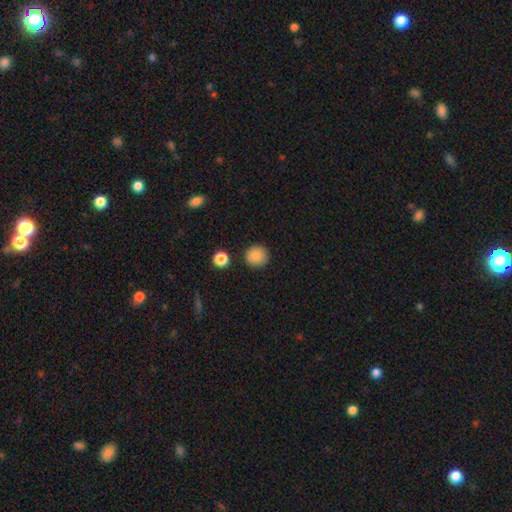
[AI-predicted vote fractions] Smooth or featured?
  - smooth: 87% *
  - star or artifact: 9%
  - featured or disk: 4%
How rounded?
  - round: 94% *
  - in between: 5%
  - cigar-shaped: 1%
Merging?
  - none: 90% *
  - minor disturbance: 6%
  - merger: 2%
  - major disturbance: 2%